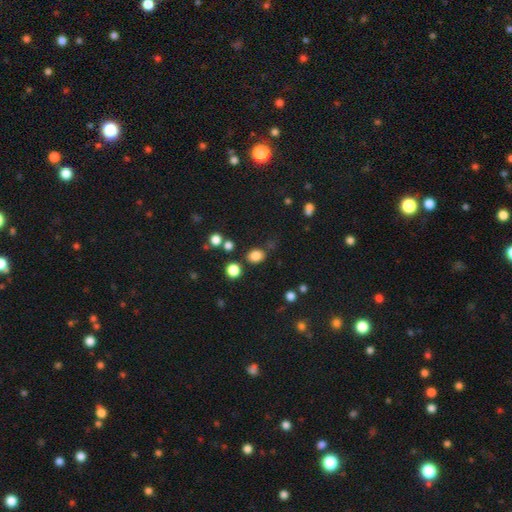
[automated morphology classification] The model was most divided on "how rounded": in between: 58%, round: 41%, cigar-shaped: 1%. More confident: smooth or featured — smooth (82%); merging — none (78%).